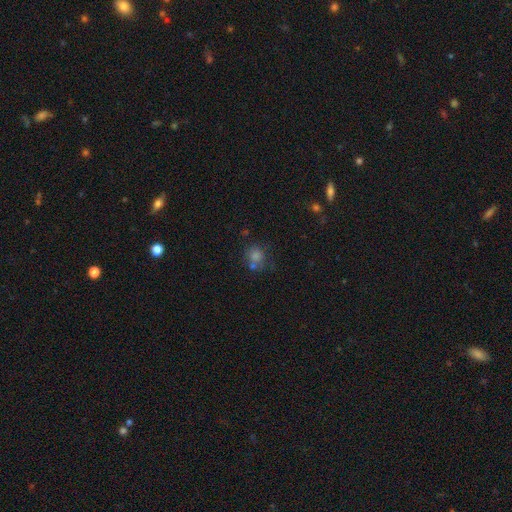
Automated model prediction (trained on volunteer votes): This appears to be a smooth galaxy with no disk features (64%) that is round (83%). Merging: none (63%).